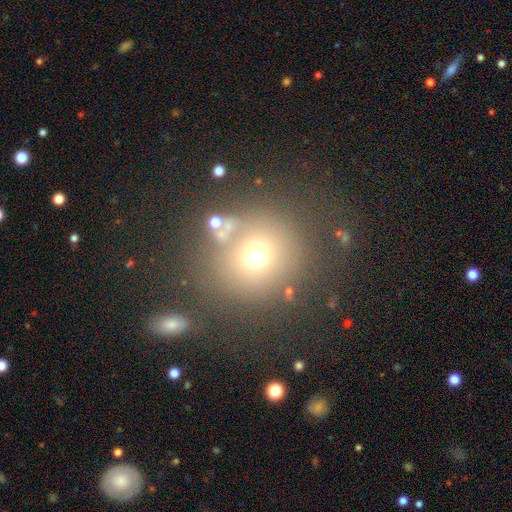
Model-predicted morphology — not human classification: A smooth galaxy with no disk features (66%) that is round (87%). Merging: none (72%).